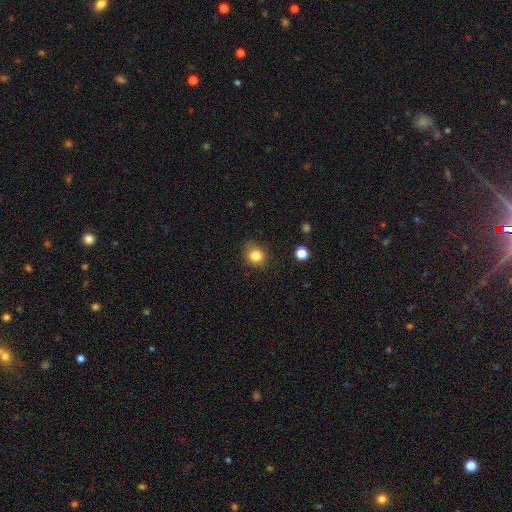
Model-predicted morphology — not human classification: Smooth or featured?
  - smooth: 83% *
  - star or artifact: 12%
  - featured or disk: 5%
How rounded?
  - round: 80% *
  - in between: 19%
  - cigar-shaped: 1%
Merging?
  - none: 79% *
  - minor disturbance: 16%
  - major disturbance: 3%
  - merger: 2%